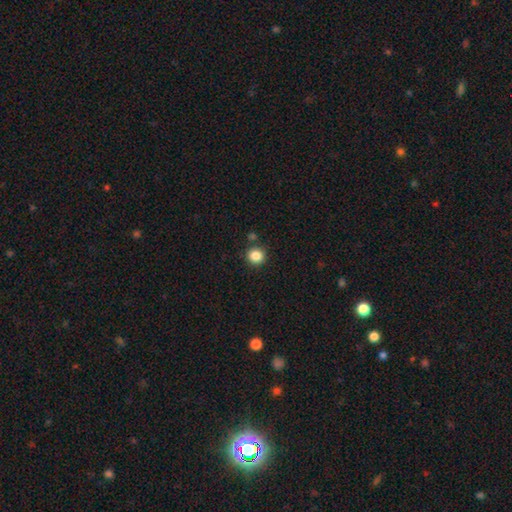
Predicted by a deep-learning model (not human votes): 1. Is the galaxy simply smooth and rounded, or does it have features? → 85% smooth, 11% star or artifact, 4% featured or disk.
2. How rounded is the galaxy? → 93% round, 6% in between, 1% cigar-shaped.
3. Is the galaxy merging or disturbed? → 86% none, 7% minor disturbance, 5% merger, 2% major disturbance.